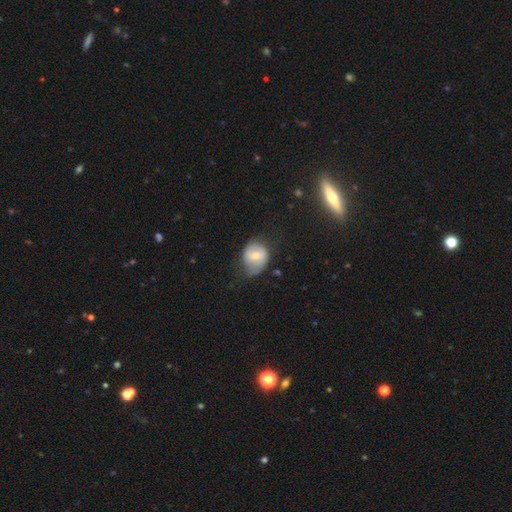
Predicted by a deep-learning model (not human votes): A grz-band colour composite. It shows a smooth galaxy with no disk features (57%) that is round (58%). Merging: none (48%).